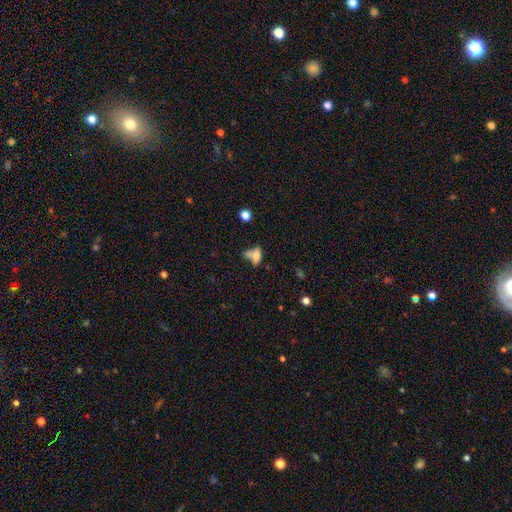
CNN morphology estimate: Overall: smooth (64%). How rounded: in between (74%). Merging: merger (37%; none 28%).